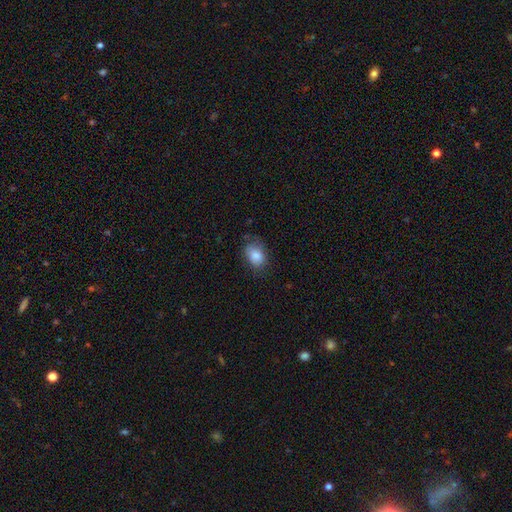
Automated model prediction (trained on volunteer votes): Q: Smooth or featured?
A: smooth (85%); runner-up: star or artifact (8%)
Q: How rounded?
A: in between (76%); runner-up: round (23%)
Q: Merging?
A: none (68%); runner-up: minor disturbance (24%)